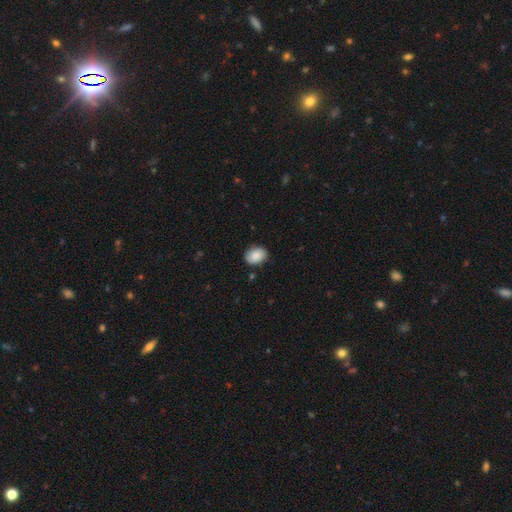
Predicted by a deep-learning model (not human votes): A smooth galaxy with no disk features (78%) that is in between round and cigar-shaped (61%). Merging: none (79%).